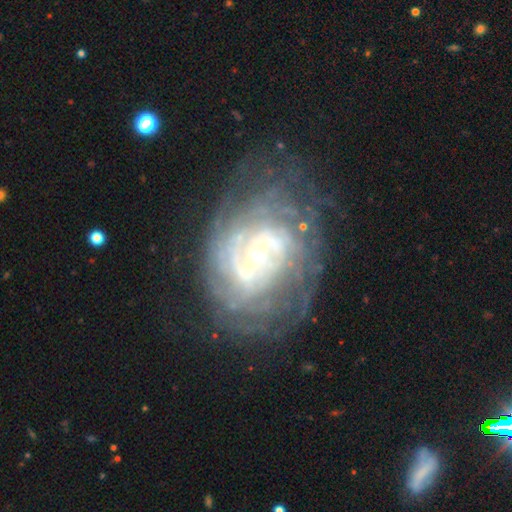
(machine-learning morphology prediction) This appears to be a featured or disk galaxy (86%) with a weak bar (43%), tight (65%) spiral arms (89%) and a small central bulge (70%). Merging: none (68%).